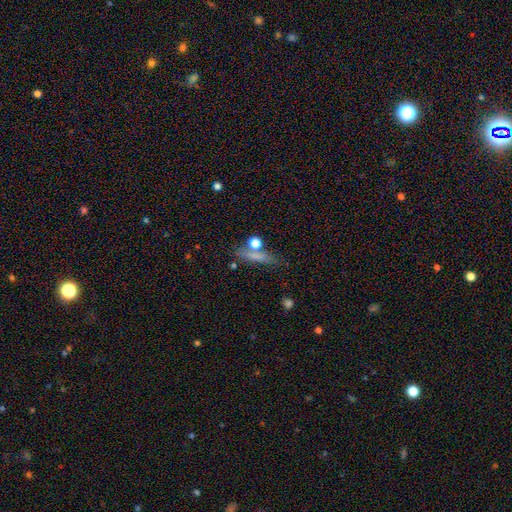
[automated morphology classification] Q: Smooth or featured?
A: smooth (64%); runner-up: featured or disk (23%)
Q: How rounded?
A: cigar-shaped (72%); runner-up: in between (19%)
Q: Merging?
A: none (72%); runner-up: minor disturbance (13%)